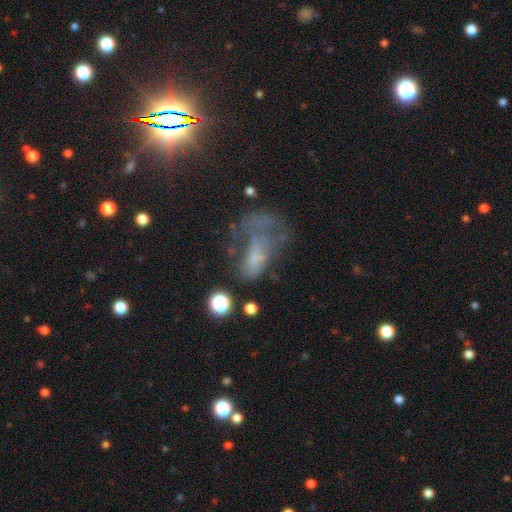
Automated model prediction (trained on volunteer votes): smooth-or-featured: featured or disk: 40% | smooth: 38% | star or artifact: 22%
  merging: major disturbance: 50% | none: 23% | minor disturbance: 17% | merger: 10%